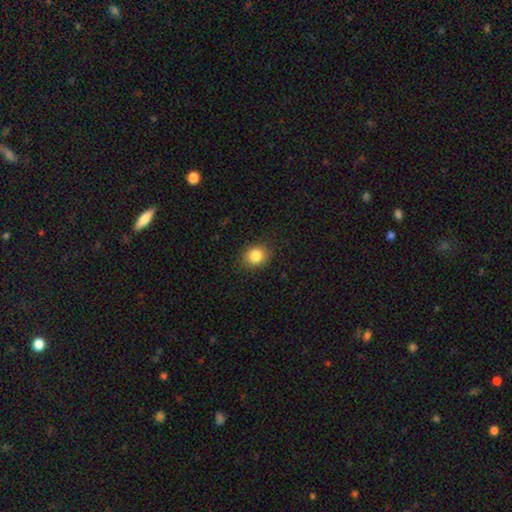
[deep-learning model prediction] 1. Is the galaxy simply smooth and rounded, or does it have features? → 84% smooth, 10% star or artifact, 6% featured or disk.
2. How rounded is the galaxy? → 67% round, 33% in between, 1% cigar-shaped.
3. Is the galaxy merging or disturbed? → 88% none, 9% minor disturbance, 2% major disturbance, 1% merger.